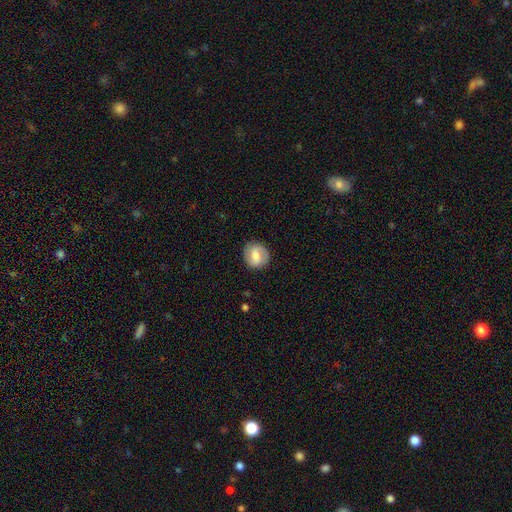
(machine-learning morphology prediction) A smooth galaxy with no disk features (55%) that is round (79%). Merging: none (86%).